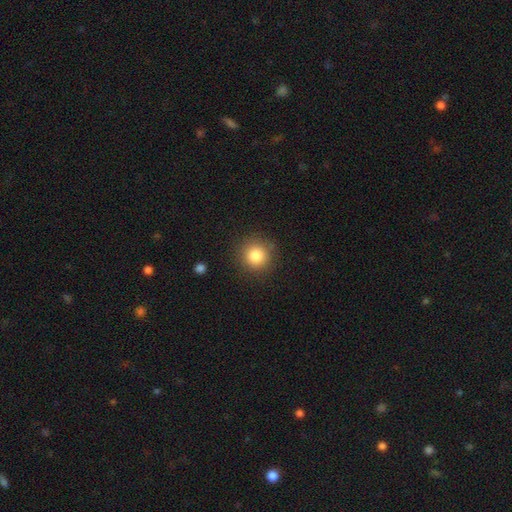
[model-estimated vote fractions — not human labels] Smooth or featured? Predicted: smooth (p=0.83). How rounded? Predicted: round (p=0.93). Merging? Predicted: none (p=0.88).